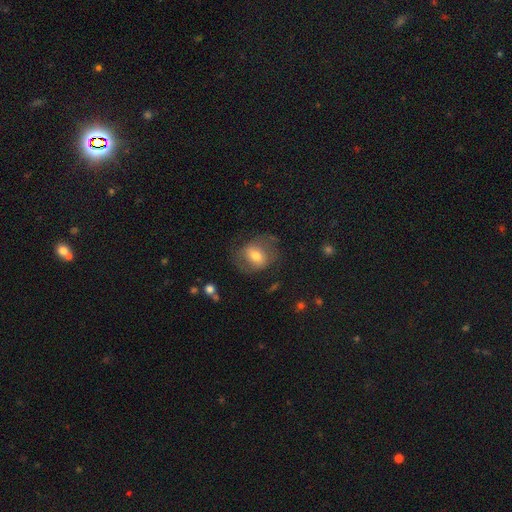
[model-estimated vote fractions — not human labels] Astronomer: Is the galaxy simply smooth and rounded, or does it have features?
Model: smooth — 55% (runner-up: featured or disk, 37%).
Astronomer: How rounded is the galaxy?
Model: in between — 50% (runner-up: round, 49%).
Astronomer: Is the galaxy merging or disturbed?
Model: none — 61%.